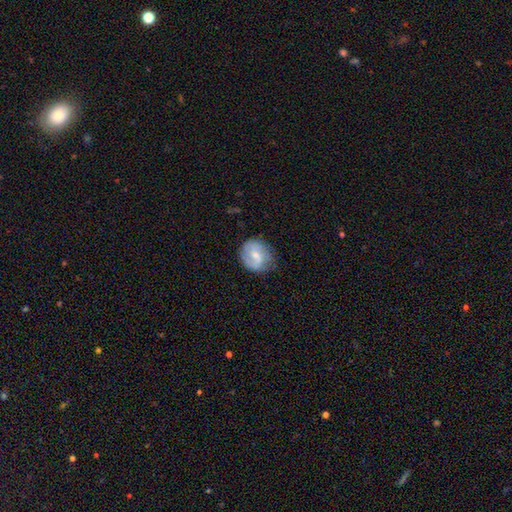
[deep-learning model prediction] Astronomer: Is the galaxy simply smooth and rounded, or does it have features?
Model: featured or disk — 55% (runner-up: smooth, 39%).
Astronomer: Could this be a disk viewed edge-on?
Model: no — 97%.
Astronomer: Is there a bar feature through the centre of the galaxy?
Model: weak — 52% (runner-up: no, 35%).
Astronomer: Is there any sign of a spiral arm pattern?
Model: yes — 79%.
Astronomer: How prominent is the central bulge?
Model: moderate — 46% (runner-up: small, 44%).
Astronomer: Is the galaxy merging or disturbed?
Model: none — 66%.